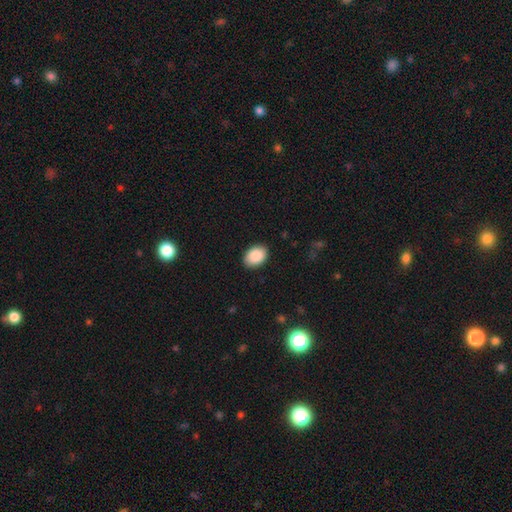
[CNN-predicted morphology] Q: Smooth or featured?
A: smooth (90%); runner-up: star or artifact (7%)
Q: How rounded?
A: in between (82%); runner-up: round (17%)
Q: Merging?
A: none (89%); runner-up: minor disturbance (8%)